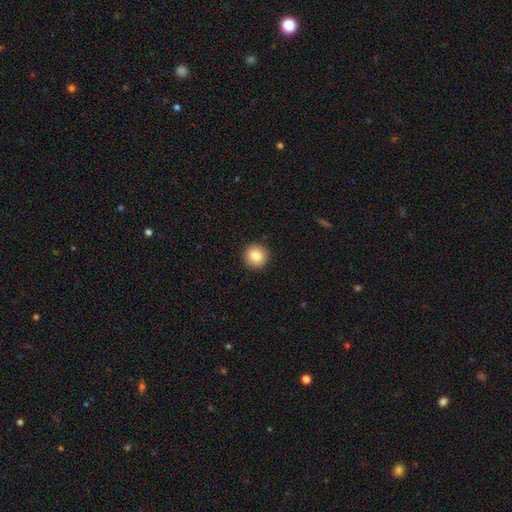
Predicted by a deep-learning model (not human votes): This appears to be a smooth galaxy with no disk features (85%) that is round (95%). Merging: none (93%).